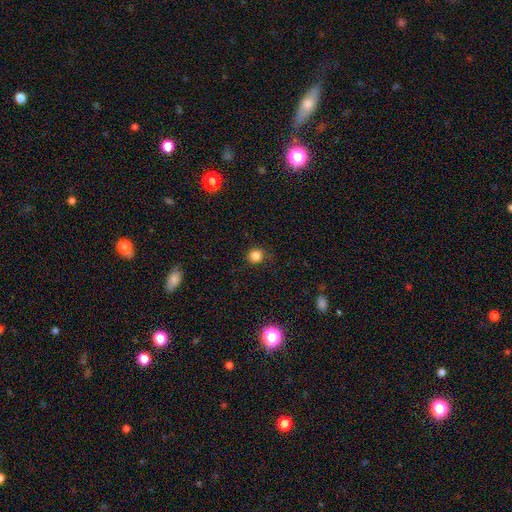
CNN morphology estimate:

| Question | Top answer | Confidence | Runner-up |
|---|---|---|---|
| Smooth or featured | smooth | 83% | star or artifact (13%) |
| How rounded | round | 90% | in between (9%) |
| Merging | none | 81% | minor disturbance (13%) |